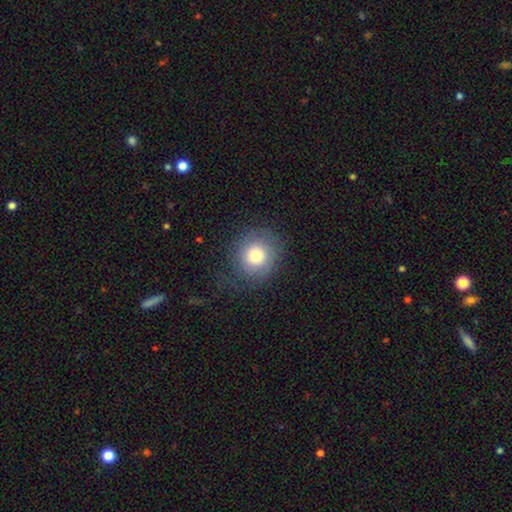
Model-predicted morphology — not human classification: smooth_or_featured: smooth (p=0.74) [alt: featured or disk p=0.17]
how_rounded: round (p=0.87) [alt: in between p=0.12]
merging: none (p=0.73) [alt: minor disturbance p=0.15]